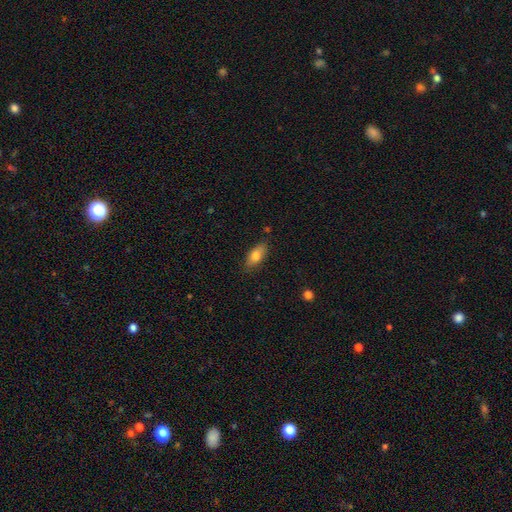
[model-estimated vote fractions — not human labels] Smooth or featured?
  - smooth: 78% *
  - featured or disk: 14%
  - star or artifact: 7%
How rounded?
  - in between: 83% *
  - cigar-shaped: 13%
  - round: 3%
Merging?
  - none: 83% *
  - minor disturbance: 13%
  - major disturbance: 3%
  - merger: 2%